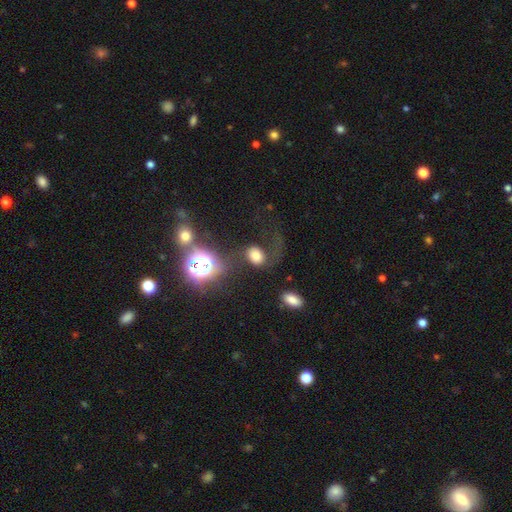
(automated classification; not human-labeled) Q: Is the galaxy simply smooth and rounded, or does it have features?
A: smooth — 65%.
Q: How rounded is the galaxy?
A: in between — 56%.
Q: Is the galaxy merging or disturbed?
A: none — 40%.